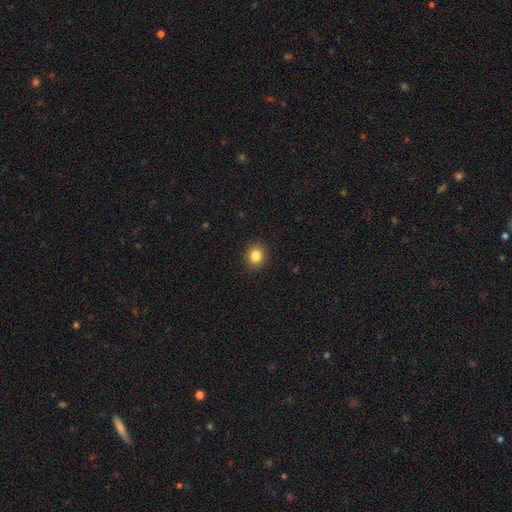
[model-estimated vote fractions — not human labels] A smooth galaxy with no disk features (84%) that is round (76%).

Vote fractions:
- Smooth or featured? smooth: 84% / star or artifact: 11% / featured or disk: 6%
- How rounded? round: 76% / in between: 24% / cigar-shaped: 1%
- Merging? none: 92% / minor disturbance: 6% / major disturbance: 2% / merger: 1%